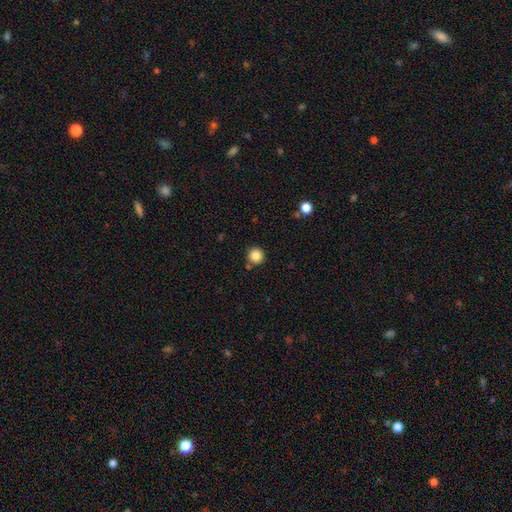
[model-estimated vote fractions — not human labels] This is clearly a smooth galaxy (85%). How rounded: clearly round (94%). Merging: clearly none (84%).